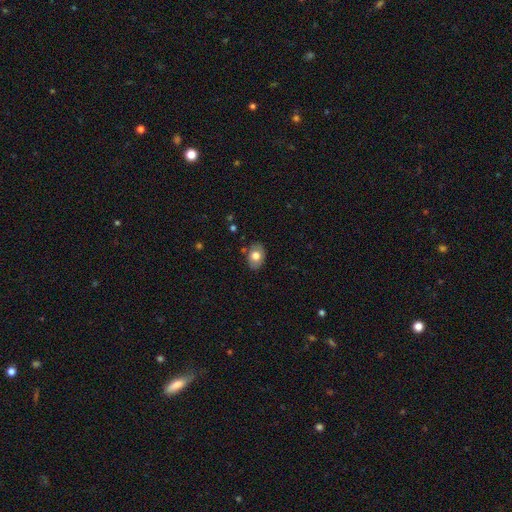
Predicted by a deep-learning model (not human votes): smooth 72%, featured or disk 21%, star or artifact 7%. Down the decision tree: how rounded — in between (79%); merging — none (82%).